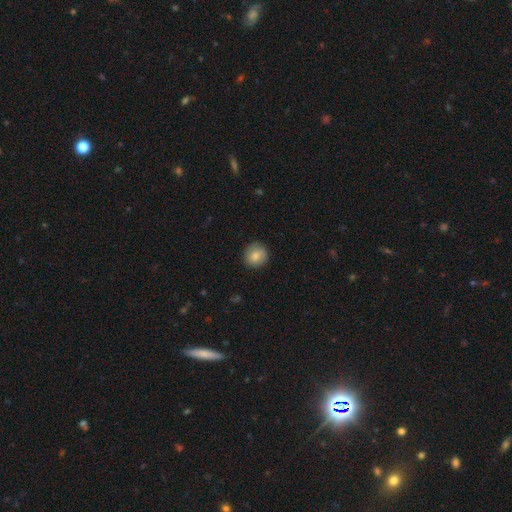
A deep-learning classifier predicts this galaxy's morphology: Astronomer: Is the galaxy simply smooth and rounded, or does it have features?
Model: smooth — 83%.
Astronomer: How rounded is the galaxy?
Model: round — 88%.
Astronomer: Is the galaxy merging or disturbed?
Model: none — 86%.